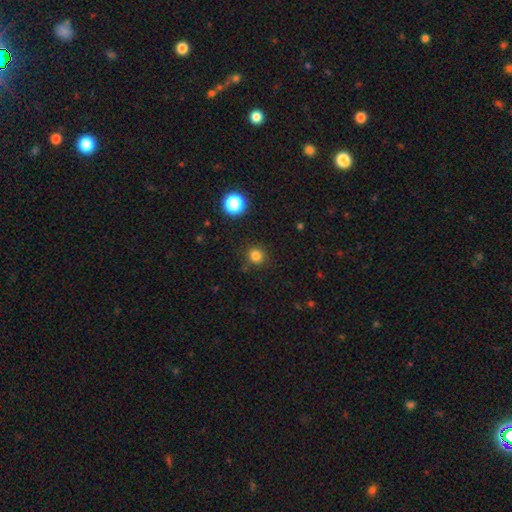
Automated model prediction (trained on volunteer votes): This is clearly a smooth galaxy (81%). How rounded: clearly round (89%). Merging: clearly none (86%).